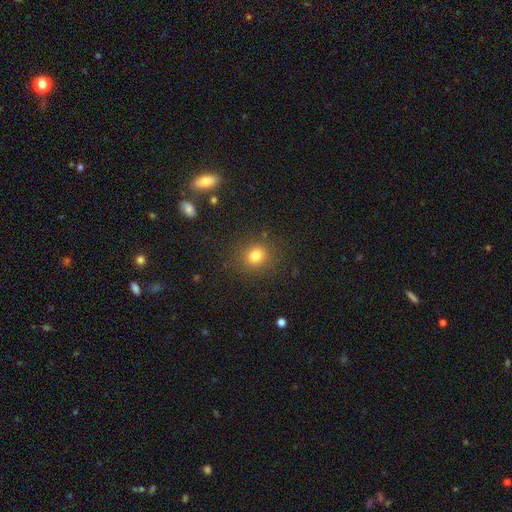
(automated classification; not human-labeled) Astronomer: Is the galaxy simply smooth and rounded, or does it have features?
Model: smooth — 79%.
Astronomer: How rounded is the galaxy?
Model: round — 81%.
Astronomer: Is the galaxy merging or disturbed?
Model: none — 87%.